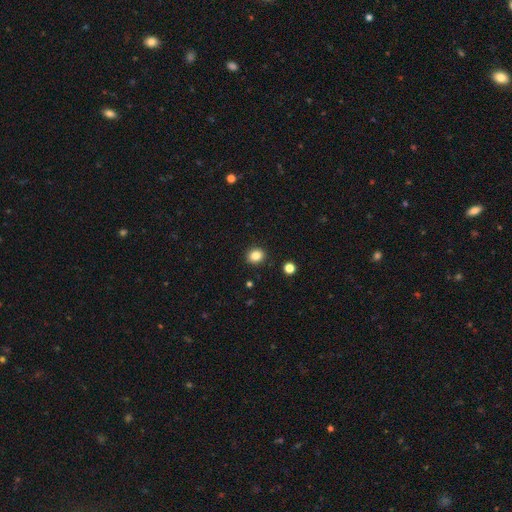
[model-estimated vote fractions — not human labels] smooth-or-featured: smooth: 84% | star or artifact: 11% | featured or disk: 5%
  how-rounded: round: 67% | in between: 32% | cigar-shaped: 1%
  merging: none: 90% | minor disturbance: 7% | major disturbance: 2% | merger: 1%